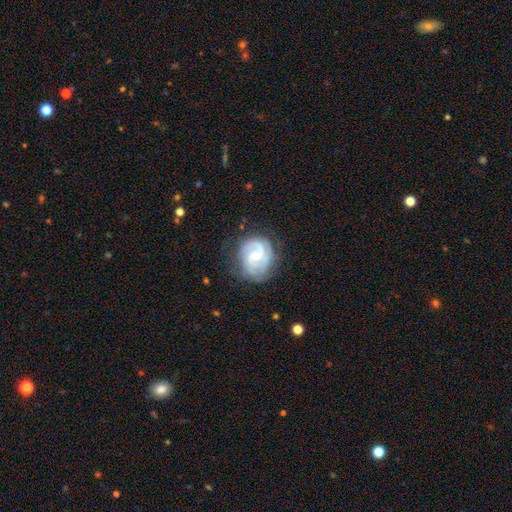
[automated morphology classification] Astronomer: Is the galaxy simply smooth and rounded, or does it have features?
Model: featured or disk — 85%.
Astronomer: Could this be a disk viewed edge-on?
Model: no — 98%.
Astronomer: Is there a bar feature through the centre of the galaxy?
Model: no — 51% (runner-up: weak, 41%).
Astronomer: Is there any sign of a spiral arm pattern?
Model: yes — 97%.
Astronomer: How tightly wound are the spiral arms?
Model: tight — 52% (runner-up: medium, 38%).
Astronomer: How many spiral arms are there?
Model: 2 — 41% (runner-up: 3, 28%).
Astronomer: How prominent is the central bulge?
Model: small — 57% (runner-up: moderate, 39%).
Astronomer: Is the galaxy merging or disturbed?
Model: none — 75%.